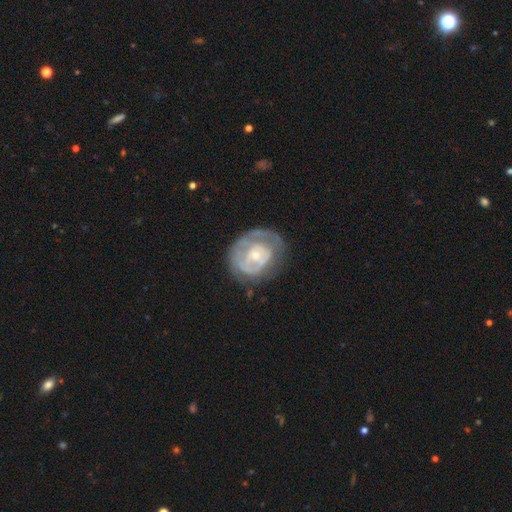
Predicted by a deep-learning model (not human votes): Smooth or featured?
  - featured or disk: 68% *
  - smooth: 26%
  - star or artifact: 6%
Edge-on disk?
  - no: 97% *
  - yes: 3%
Bar?
  - no: 78% *
  - weak: 18%
  - strong: 4%
Spiral arms?
  - yes: 54% *
  - no: 46%
Bulge size?
  - small: 64% *
  - moderate: 30%
  - large: 2%
  - none: 2%
  - dominant: 1%
Merging?
  - none: 51% *
  - minor disturbance: 25%
  - major disturbance: 21%
  - merger: 2%